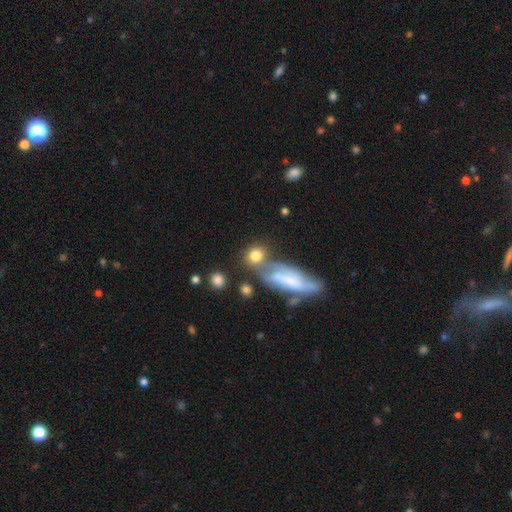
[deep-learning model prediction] Smooth or featured? Predicted: smooth (p=0.77). How rounded? Predicted: round (p=0.63). Merging? Predicted: none (p=0.48).